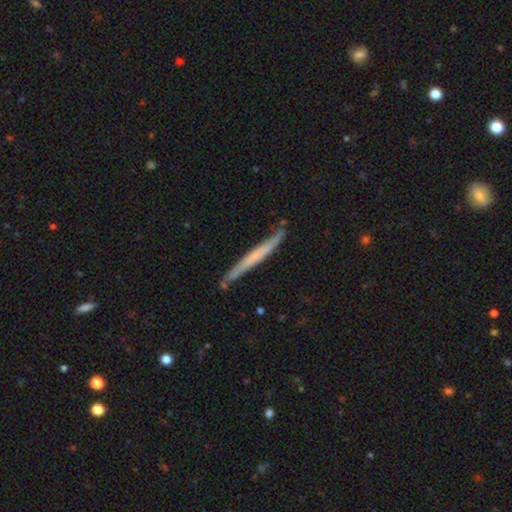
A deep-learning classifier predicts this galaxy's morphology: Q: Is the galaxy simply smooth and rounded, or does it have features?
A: featured or disk — 52%.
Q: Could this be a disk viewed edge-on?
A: yes — 93%.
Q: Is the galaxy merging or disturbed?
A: none — 74%.